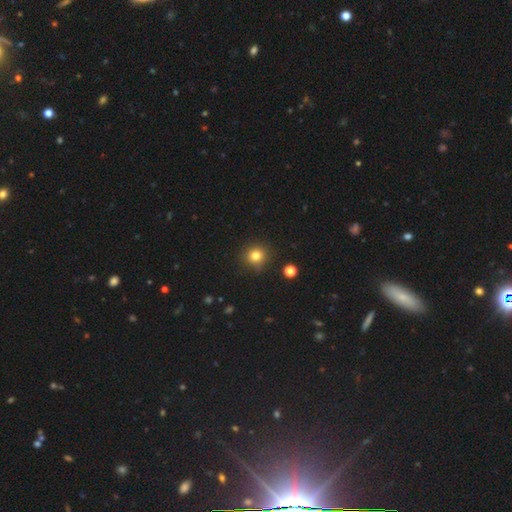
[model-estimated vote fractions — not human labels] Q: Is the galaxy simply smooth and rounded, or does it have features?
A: smooth — 80%.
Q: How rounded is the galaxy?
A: round — 92%.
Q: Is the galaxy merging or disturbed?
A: none — 87%.